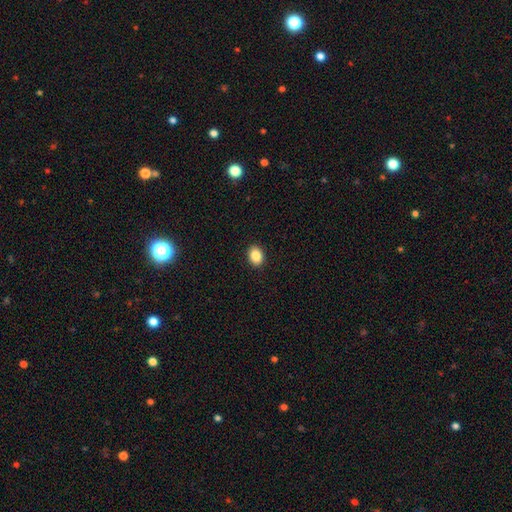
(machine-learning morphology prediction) smooth-or-featured: smooth: 86% | star or artifact: 9% | featured or disk: 5%
  how-rounded: in between: 61% | round: 38% | cigar-shaped: 1%
  merging: none: 91% | minor disturbance: 6% | major disturbance: 2% | merger: 1%